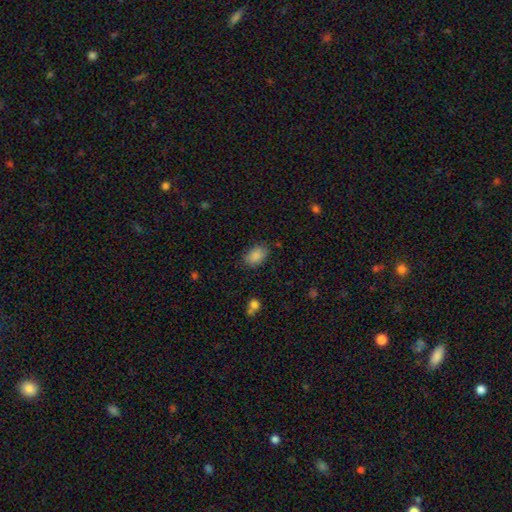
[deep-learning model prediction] A smooth galaxy with no disk features (87%) that is in between round and cigar-shaped (85%).

Vote fractions:
- Smooth or featured? smooth: 87% / star or artifact: 8% / featured or disk: 5%
- How rounded? in between: 85% / round: 14% / cigar-shaped: 1%
- Merging? none: 80% / minor disturbance: 15% / major disturbance: 3% / merger: 2%